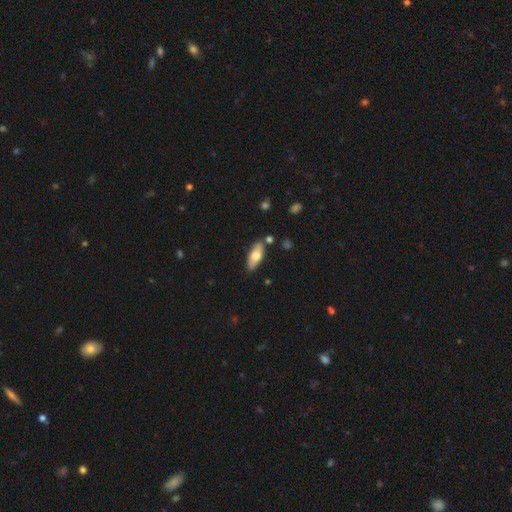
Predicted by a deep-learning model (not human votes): Smooth or featured? smooth (66%)
How rounded? in between (77%)
Merging? none (82%)